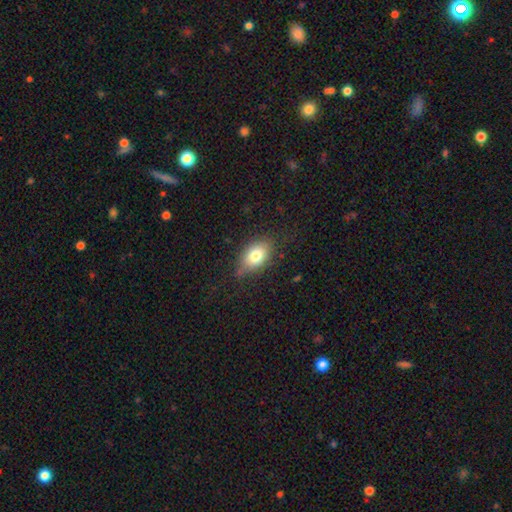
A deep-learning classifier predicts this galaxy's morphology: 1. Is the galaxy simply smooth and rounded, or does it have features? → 76% smooth, 15% featured or disk, 9% star or artifact.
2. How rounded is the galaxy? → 85% in between, 13% round, 2% cigar-shaped.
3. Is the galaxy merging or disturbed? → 73% none, 21% minor disturbance, 5% major disturbance, 2% merger.